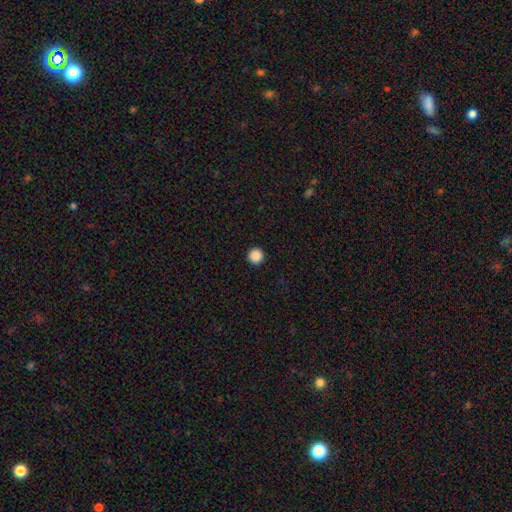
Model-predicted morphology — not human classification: Overall: smooth (88%). How rounded: round (96%). Merging: none (94%).